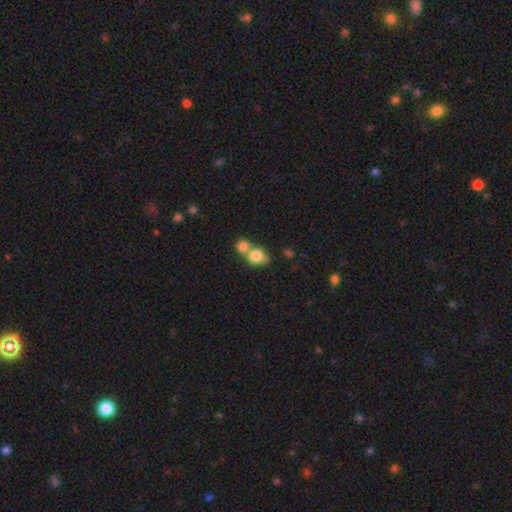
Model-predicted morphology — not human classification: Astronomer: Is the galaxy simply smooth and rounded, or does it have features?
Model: smooth — 80%.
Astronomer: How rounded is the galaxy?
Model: round — 57% (runner-up: in between, 41%).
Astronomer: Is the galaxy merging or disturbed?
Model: merger — 60%.